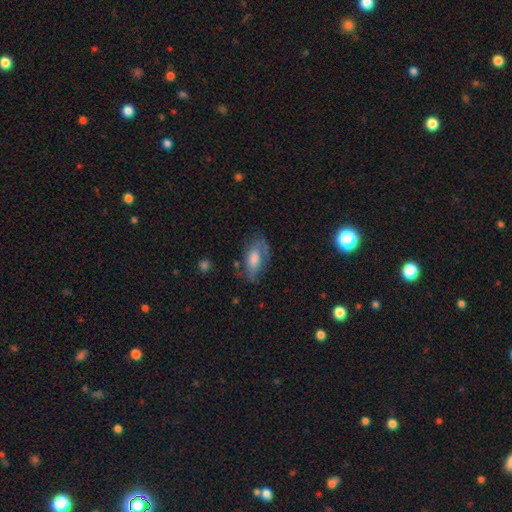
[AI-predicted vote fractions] A featured or disk galaxy (45%). Merging: none (67%).